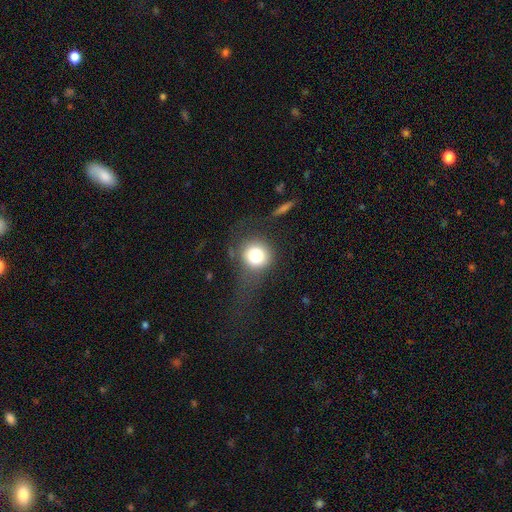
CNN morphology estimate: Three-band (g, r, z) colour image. It shows a smooth galaxy with no disk features (77%) that is round (88%). Merging: none (59%).